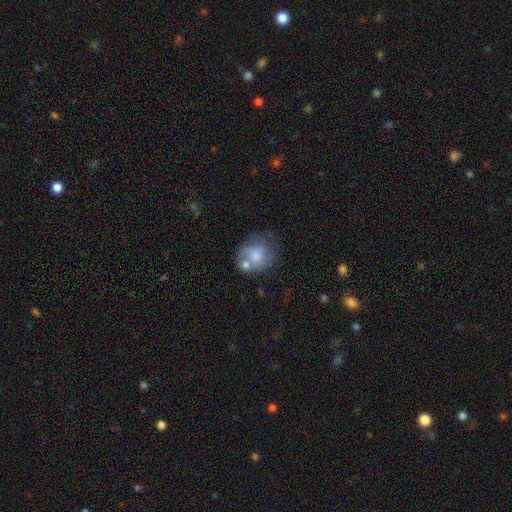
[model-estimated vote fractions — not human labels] Overall: smooth (49%; featured or disk 42%). Merging: none (43%; minor disturbance 23%).